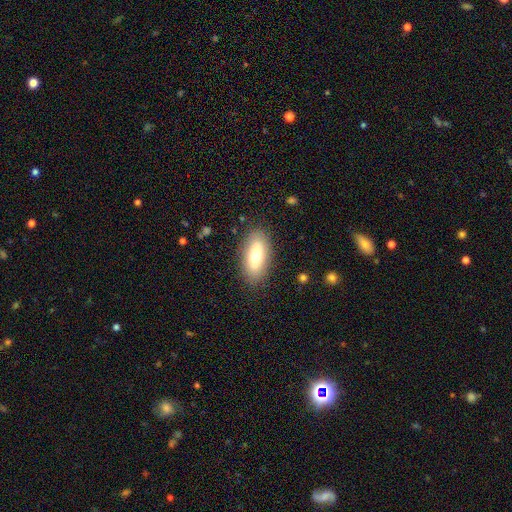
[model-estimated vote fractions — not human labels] Smooth or featured?
  - smooth: 70% *
  - featured or disk: 24%
  - star or artifact: 7%
How rounded?
  - in between: 84% *
  - cigar-shaped: 13%
  - round: 3%
Merging?
  - none: 86% *
  - minor disturbance: 10%
  - major disturbance: 3%
  - merger: 1%